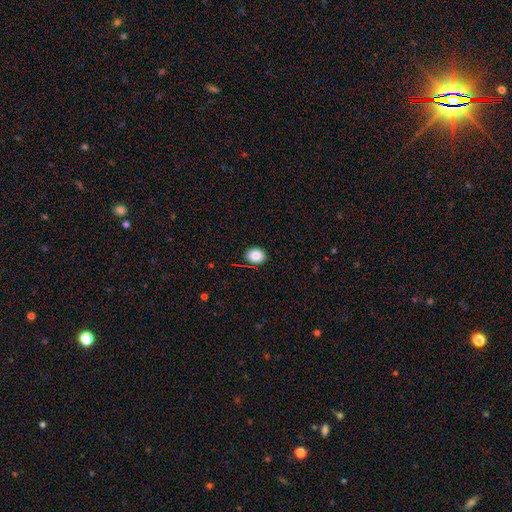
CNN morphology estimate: smooth-or-featured: smooth: 86% | star or artifact: 9% | featured or disk: 5%
  how-rounded: round: 54% | in between: 45% | cigar-shaped: 1%
  merging: none: 88% | minor disturbance: 9% | major disturbance: 2% | merger: 1%